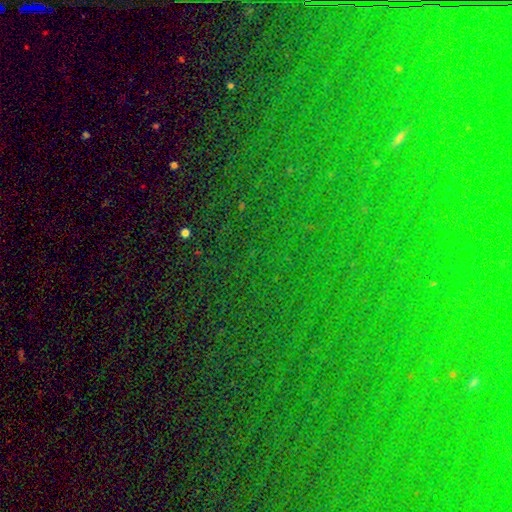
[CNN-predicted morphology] The model was most divided on "smooth or featured": star or artifact: 80%, smooth: 11%, featured or disk: 9%.